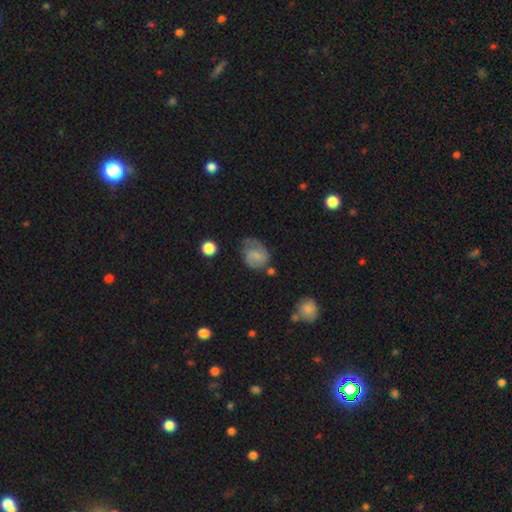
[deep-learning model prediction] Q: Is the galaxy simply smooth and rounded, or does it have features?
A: featured or disk — 49%.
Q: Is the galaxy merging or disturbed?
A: none — 48%.